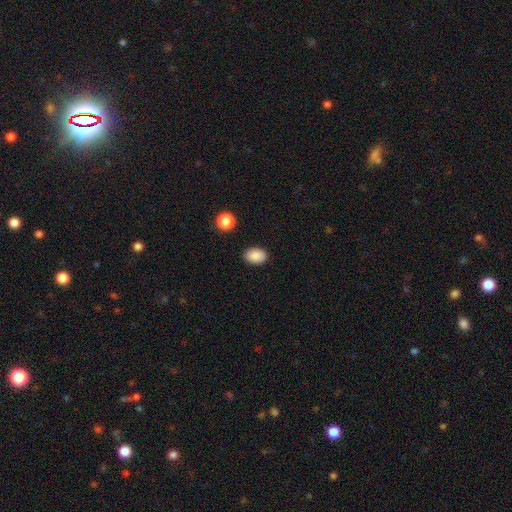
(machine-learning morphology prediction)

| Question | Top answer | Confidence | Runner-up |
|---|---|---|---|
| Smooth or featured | smooth | 88% | star or artifact (8%) |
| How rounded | in between | 82% | round (17%) |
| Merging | none | 88% | minor disturbance (8%) |